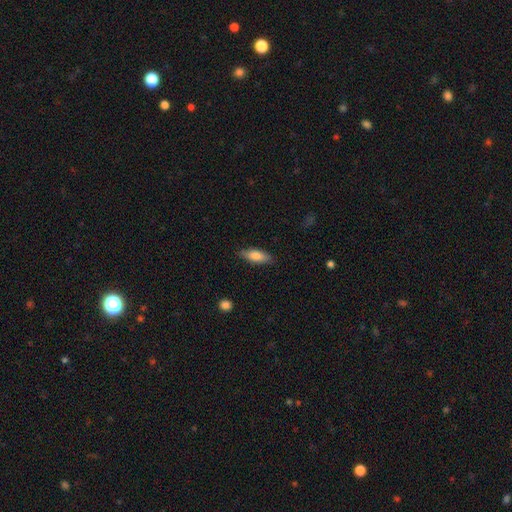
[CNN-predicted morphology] smooth-or-featured: smooth: 76% | featured or disk: 18% | star or artifact: 6%
  how-rounded: in between: 64% | cigar-shaped: 33% | round: 2%
  merging: none: 82% | minor disturbance: 14% | major disturbance: 3% | merger: 1%